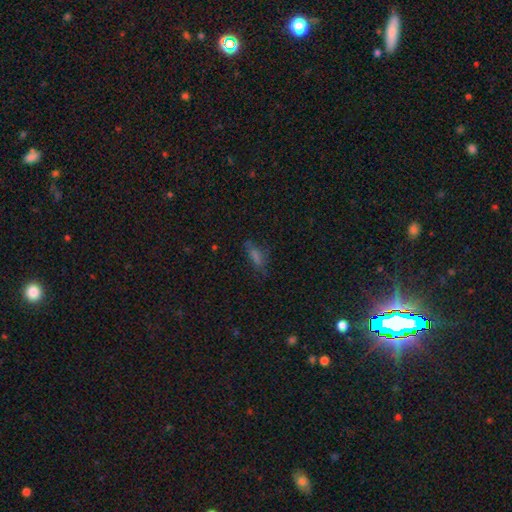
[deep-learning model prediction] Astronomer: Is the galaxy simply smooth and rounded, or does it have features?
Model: smooth — 48% (runner-up: star or artifact, 32%).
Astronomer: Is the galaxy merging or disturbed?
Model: none — 67%.